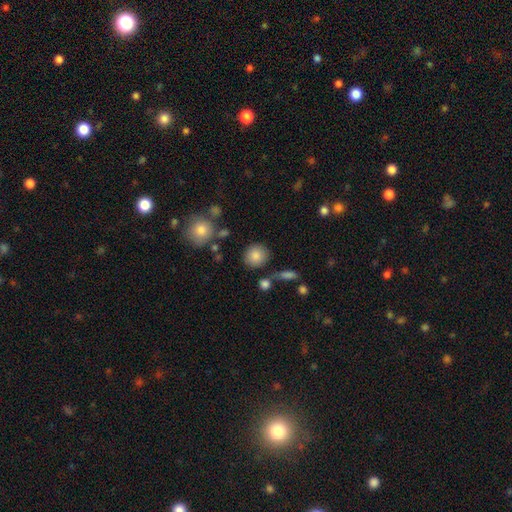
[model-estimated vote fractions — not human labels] Smooth or featured?
  - smooth: 85% *
  - star or artifact: 9%
  - featured or disk: 7%
How rounded?
  - round: 88% *
  - in between: 11%
  - cigar-shaped: 1%
Merging?
  - none: 83% *
  - minor disturbance: 9%
  - merger: 5%
  - major disturbance: 3%